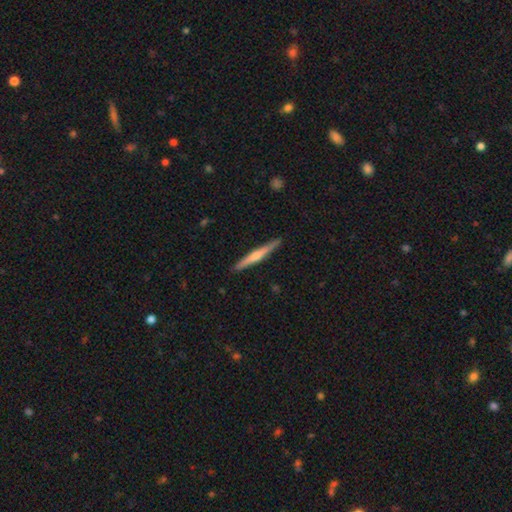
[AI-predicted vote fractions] Q: Smooth or featured?
A: featured or disk (66%); runner-up: smooth (28%)
Q: Edge-on disk?
A: yes (98%); runner-up: no (2%)
Q: Edge-on bulge?
A: rounded (79%); runner-up: none (16%)
Q: Merging?
A: none (91%); runner-up: minor disturbance (6%)